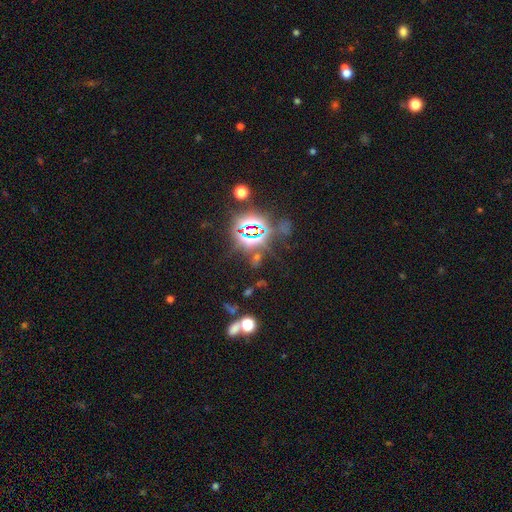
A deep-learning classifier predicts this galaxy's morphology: A star or artifact, not a galaxy (78%).

Vote fractions:
- Smooth or featured? star or artifact: 78% / smooth: 12% / featured or disk: 9%